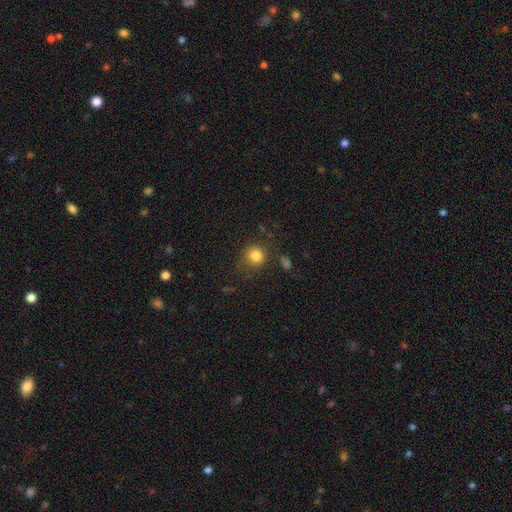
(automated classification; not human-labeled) Smooth or featured? smooth (82%)
How rounded? round (87%)
Merging? none (75%)